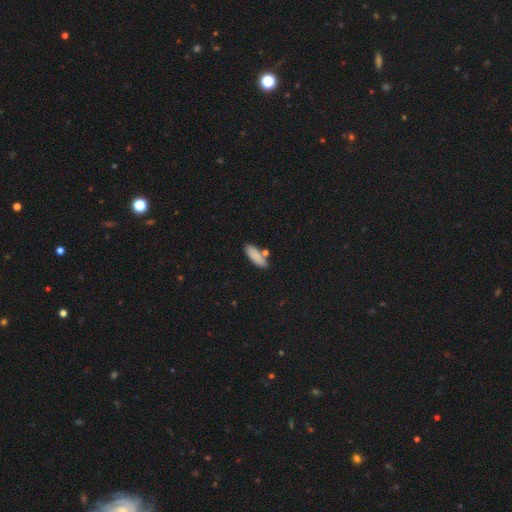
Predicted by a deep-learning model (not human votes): This appears to be a smooth galaxy with no disk features (85%) that is in between round and cigar-shaped (59%). Merging: none (76%).